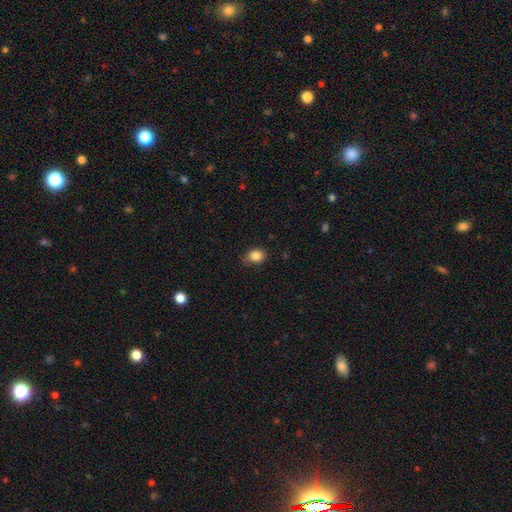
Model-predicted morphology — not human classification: Smooth or featured? Predicted: smooth (p=0.86). How rounded? Predicted: in between (p=0.53). Merging? Predicted: none (p=0.75).